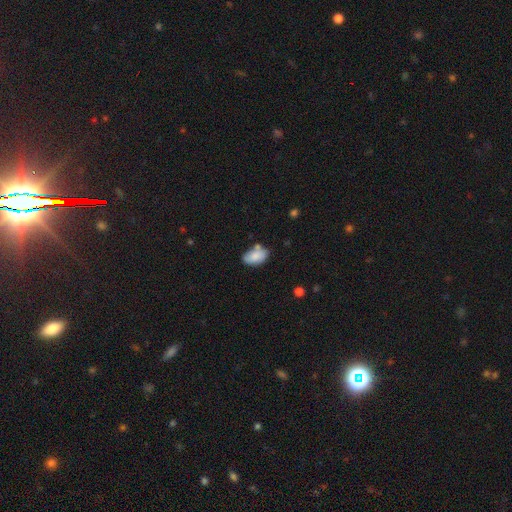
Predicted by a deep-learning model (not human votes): This is clearly a smooth galaxy (83%). How rounded: clearly in between (93%). Merging: likely none (66%).